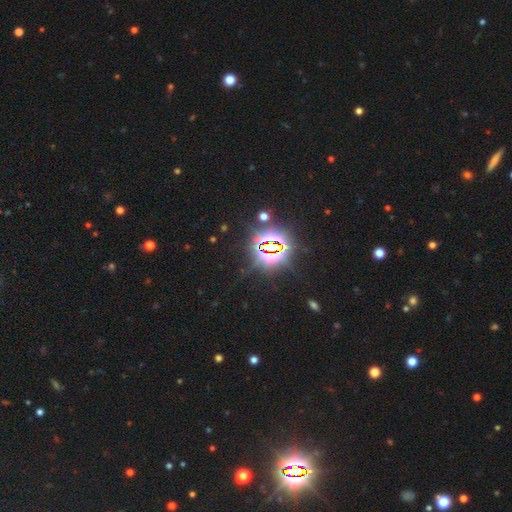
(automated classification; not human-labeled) Smooth or featured?
  - star or artifact: 84% *
  - smooth: 9%
  - featured or disk: 6%